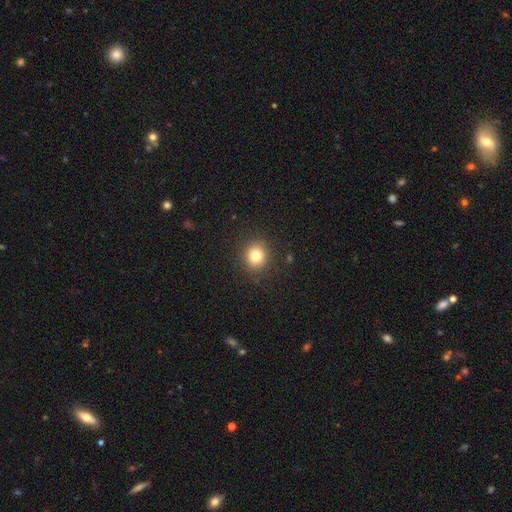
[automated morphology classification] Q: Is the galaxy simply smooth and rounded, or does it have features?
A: smooth — 81%.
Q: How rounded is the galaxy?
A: round — 85%.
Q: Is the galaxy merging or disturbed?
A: none — 89%.